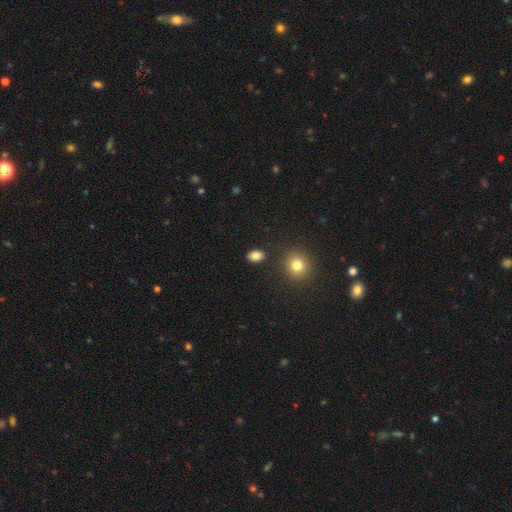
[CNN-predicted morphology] smooth-or-featured: smooth: 83% | star or artifact: 11% | featured or disk: 6%
  how-rounded: in between: 67% | round: 32% | cigar-shaped: 1%
  merging: none: 87% | minor disturbance: 8% | merger: 3% | major disturbance: 2%